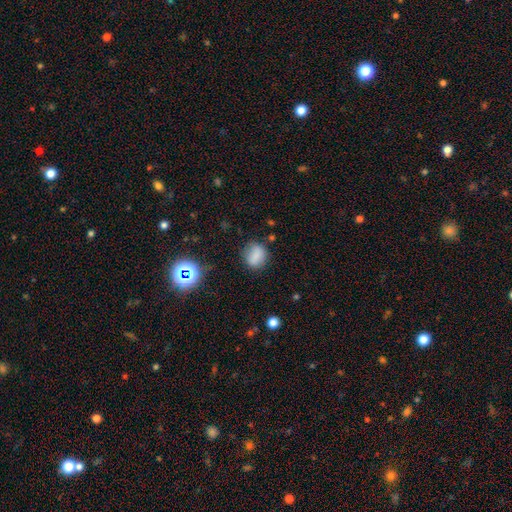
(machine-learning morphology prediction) smooth 79%, star or artifact 13%, featured or disk 8%. Down the decision tree: how rounded — round (54%); merging — none (74%).